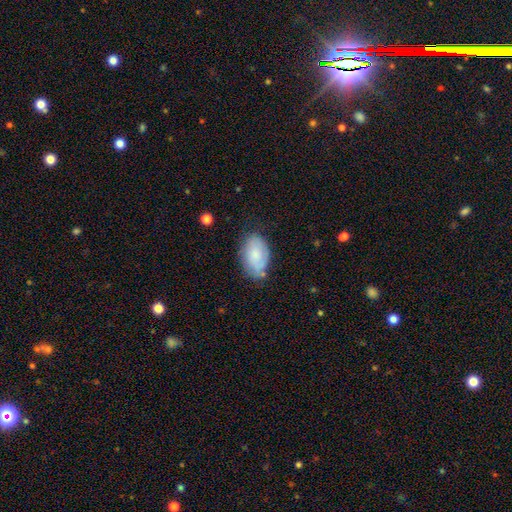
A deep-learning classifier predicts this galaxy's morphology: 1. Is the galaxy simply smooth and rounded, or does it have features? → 64% smooth, 29% featured or disk, 7% star or artifact.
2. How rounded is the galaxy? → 90% in between, 8% round, 1% cigar-shaped.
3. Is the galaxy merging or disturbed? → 66% none, 24% minor disturbance, 7% major disturbance, 2% merger.